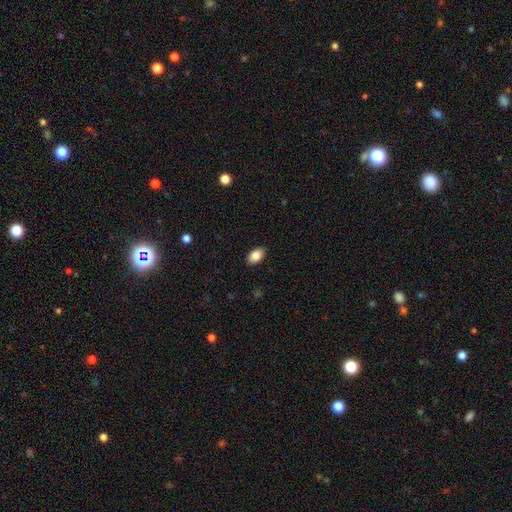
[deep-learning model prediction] Smooth or featured: smooth — 86% (star or artifact — 8%)
How rounded: in between — 91% (round — 7%)
Merging: none — 89% (minor disturbance — 8%)